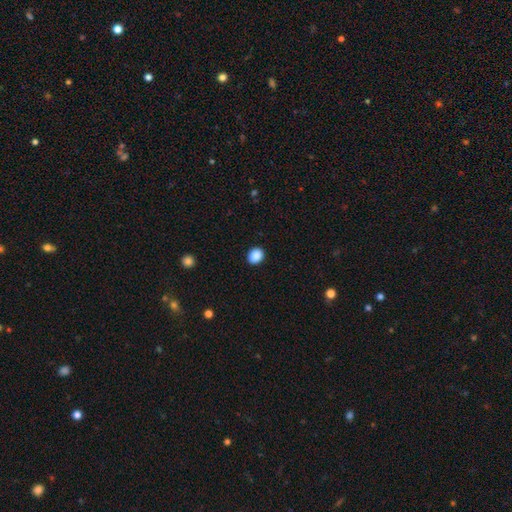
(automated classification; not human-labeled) The model was most divided on "how rounded": round: 59%, in between: 40%, cigar-shaped: 1%. More confident: merging — none (90%); smooth or featured — smooth (89%).